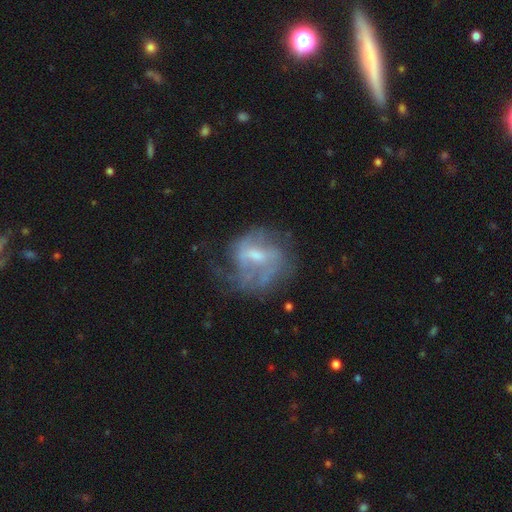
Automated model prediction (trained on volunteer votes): Q: Smooth or featured?
A: featured or disk (71%); runner-up: smooth (20%)
Q: Edge-on disk?
A: no (97%); runner-up: yes (3%)
Q: Bar?
A: weak (52%); runner-up: no (32%)
Q: Spiral arms?
A: yes (68%); runner-up: no (32%)
Q: Bulge size?
A: moderate (44%); runner-up: small (39%)
Q: Merging?
A: none (47%); runner-up: major disturbance (27%)